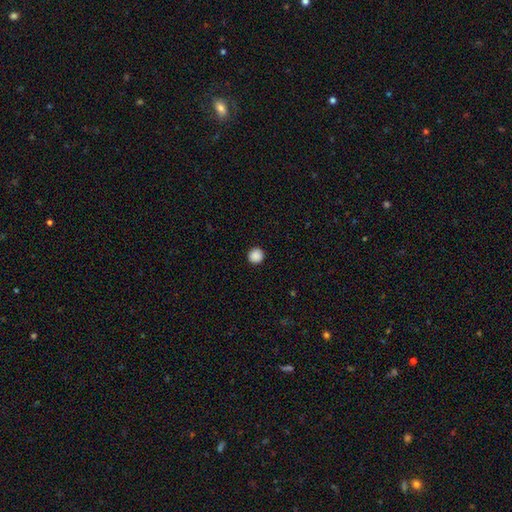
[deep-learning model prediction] smooth-or-featured: smooth: 89% | star or artifact: 9% | featured or disk: 2%
  how-rounded: round: 95% | in between: 4% | cigar-shaped: 1%
  merging: none: 93% | minor disturbance: 4% | major disturbance: 2% | merger: 1%